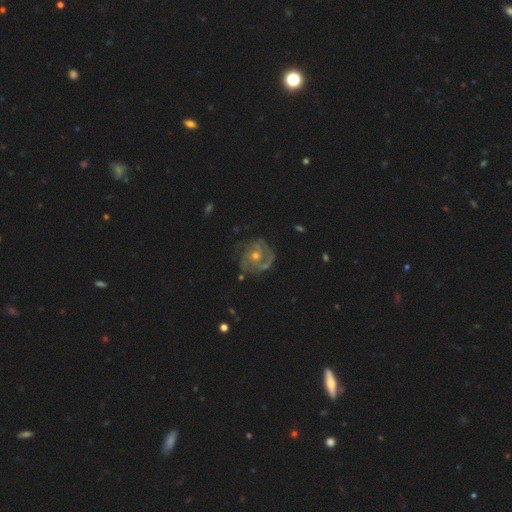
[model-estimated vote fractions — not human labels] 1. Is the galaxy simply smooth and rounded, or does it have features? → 82% featured or disk, 9% smooth, 8% star or artifact.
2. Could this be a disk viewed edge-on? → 98% no, 2% yes.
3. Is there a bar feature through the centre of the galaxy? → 74% no, 22% weak, 5% strong.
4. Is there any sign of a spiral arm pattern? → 92% yes, 8% no.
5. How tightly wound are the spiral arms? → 53% tight, 36% medium, 10% loose.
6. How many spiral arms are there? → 35% 2, 24% 3, 23% can't tell, 8% 1, 6% 4, 5% more than 4.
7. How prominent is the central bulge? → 56% moderate, 39% small, 2% large, 1% none, 1% dominant.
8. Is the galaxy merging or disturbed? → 70% none, 18% minor disturbance, 9% major disturbance, 2% merger.